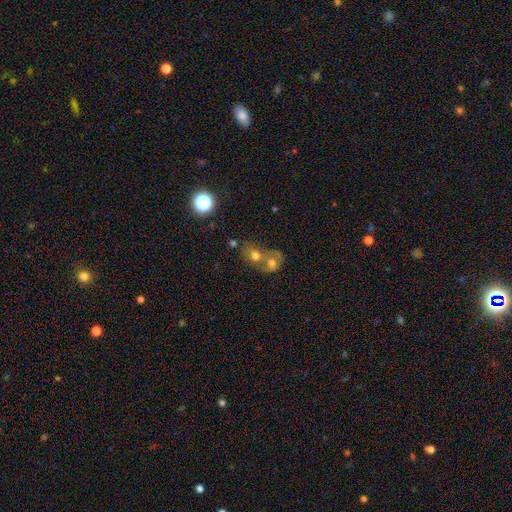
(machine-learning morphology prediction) type=smooth (57%); roundness=round (62%); merging=merger (66%).